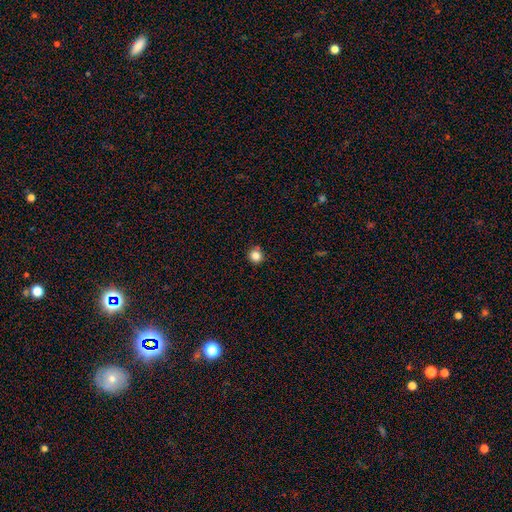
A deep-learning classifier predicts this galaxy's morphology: smooth 83%, star or artifact 12%, featured or disk 5%. Down the decision tree: how rounded — round (92%); merging — none (87%).